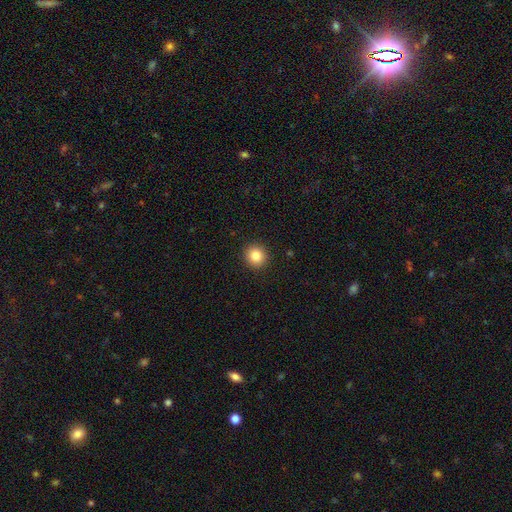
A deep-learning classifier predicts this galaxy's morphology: Smooth or featured? smooth (84%)
How rounded? round (91%)
Merging? none (92%)